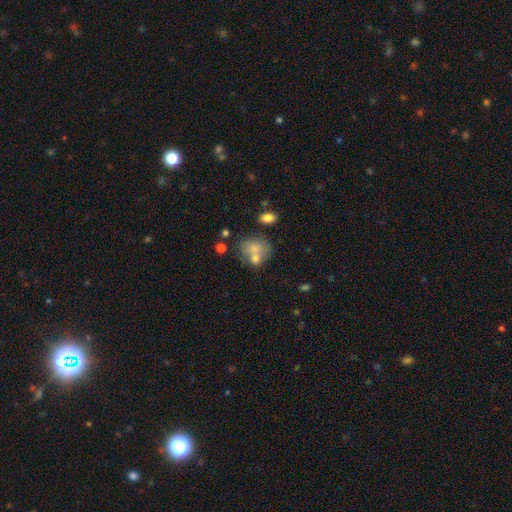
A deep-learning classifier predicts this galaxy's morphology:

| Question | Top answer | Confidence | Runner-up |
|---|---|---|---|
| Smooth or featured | smooth | 70% | featured or disk (20%) |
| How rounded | round | 58% | in between (41%) |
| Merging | none | 39% | merger (37%) |